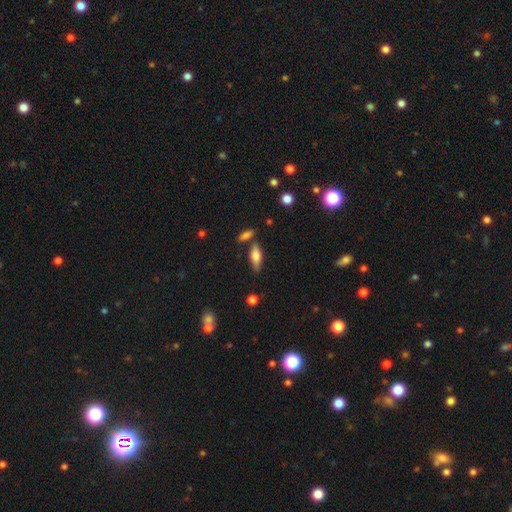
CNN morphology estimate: A smooth galaxy with no disk features (69%) that is in between round and cigar-shaped (67%). Merging: none (72%).